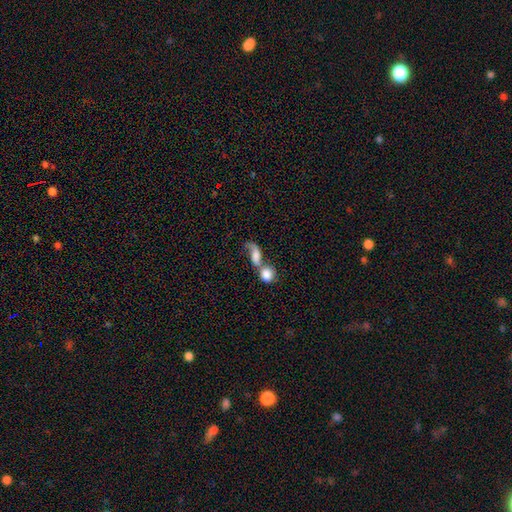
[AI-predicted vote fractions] Overall: smooth (59%; featured or disk 31%). How rounded: in between (61%; round 26%). Merging: merger (70%).